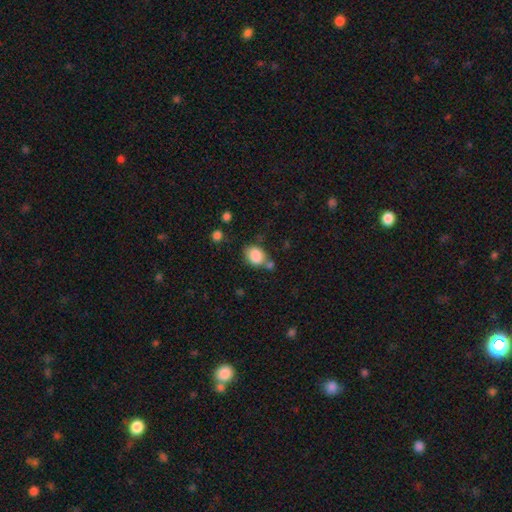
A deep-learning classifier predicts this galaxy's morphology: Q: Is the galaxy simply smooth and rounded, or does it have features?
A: smooth — 86%.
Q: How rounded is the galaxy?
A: in between — 55%.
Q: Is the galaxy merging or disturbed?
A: none — 58%.